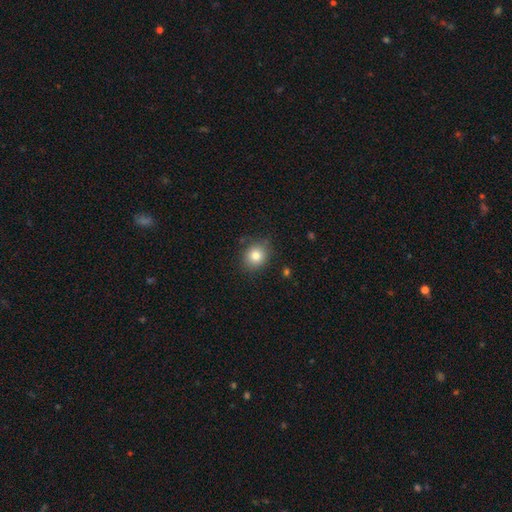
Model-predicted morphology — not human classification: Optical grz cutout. It shows a smooth galaxy with no disk features (80%) that is round (73%). Merging: none (83%).